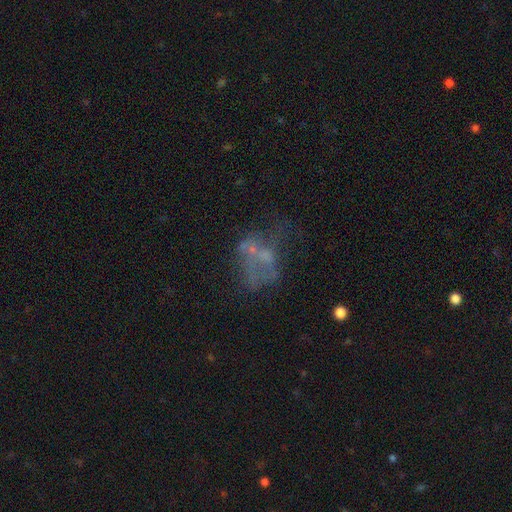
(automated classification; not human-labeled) A featured or disk galaxy (53%) with no bar (90%), no spiral arms (93%) and no central bulge (65%).

Vote fractions:
- Smooth or featured? featured or disk: 53% / smooth: 25% / star or artifact: 23%
- Edge-on disk? no: 97% / yes: 3%
- Bar? no: 90% / weak: 8% / strong: 2%
- Spiral arms? no: 93% / yes: 7%
- Bulge size? none: 65% / small: 22% / moderate: 10% / large: 2% / dominant: 1%
- Merging? none: 36% / major disturbance: 31% / merger: 18% / minor disturbance: 16%